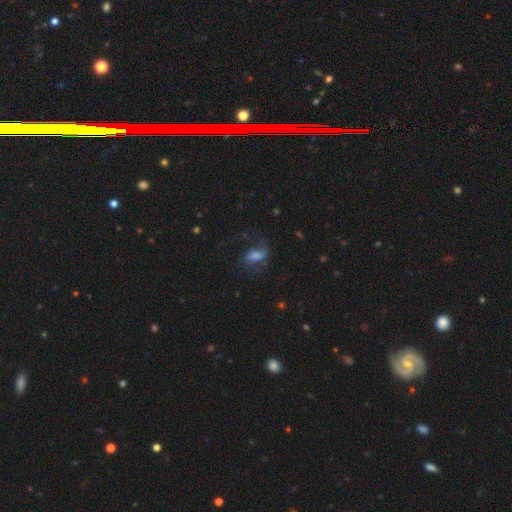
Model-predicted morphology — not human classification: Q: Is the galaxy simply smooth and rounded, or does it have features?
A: featured or disk — 57%.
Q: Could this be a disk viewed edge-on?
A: no — 95%.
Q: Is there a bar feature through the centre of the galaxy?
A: weak — 44%.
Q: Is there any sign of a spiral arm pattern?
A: yes — 89%.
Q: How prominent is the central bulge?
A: moderate — 39%.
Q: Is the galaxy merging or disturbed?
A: none — 56%.